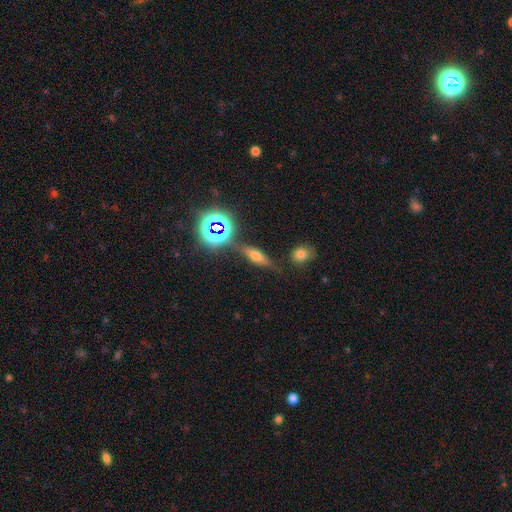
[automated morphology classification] Smooth or featured: smooth — 44% (featured or disk — 35%)
Merging: none — 75% (minor disturbance — 14%)